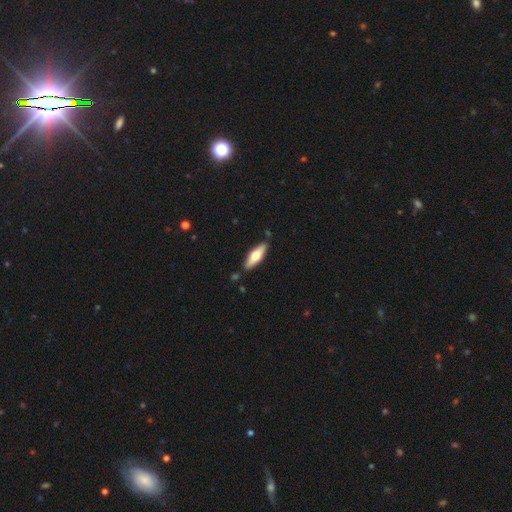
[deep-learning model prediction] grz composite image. It shows a smooth galaxy with no disk features (56%) that is cigar-shaped (49%, tied with in between). Merging: none (86%).